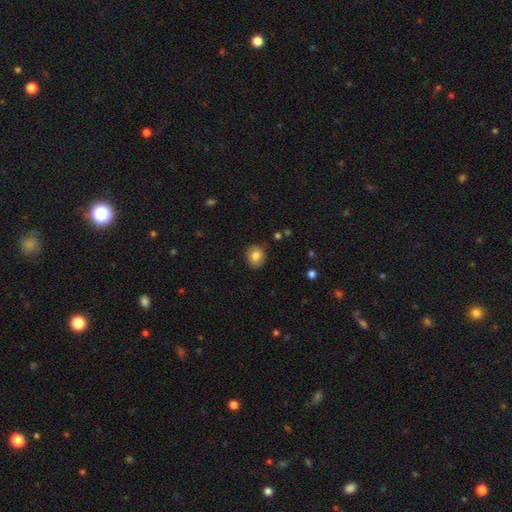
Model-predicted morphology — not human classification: type=smooth (82%); roundness=round (64%); merging=none (86%).